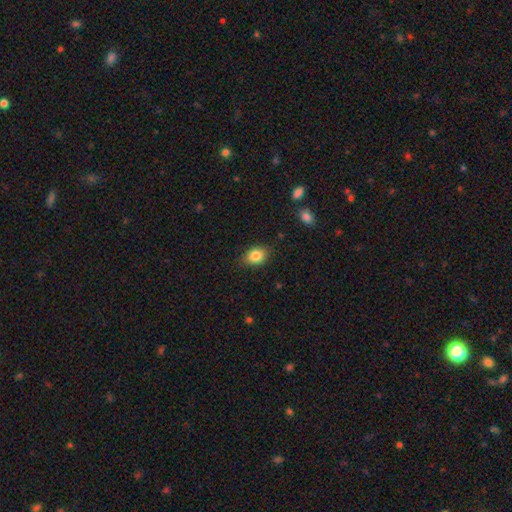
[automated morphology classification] This appears to be a smooth galaxy with no disk features (84%) that is in between round and cigar-shaped (70%). Merging: none (82%).